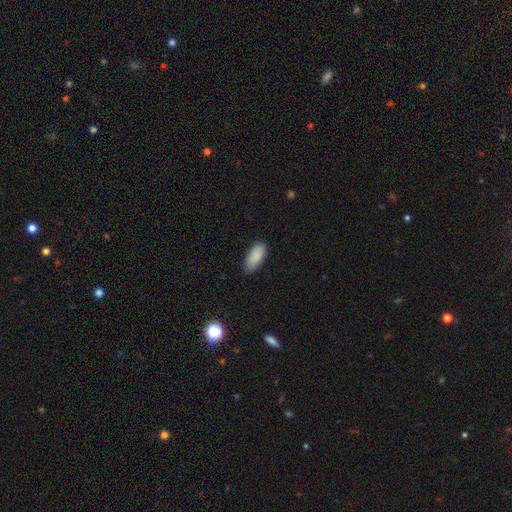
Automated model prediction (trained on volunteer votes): smooth_or_featured: smooth (p=0.89) [alt: star or artifact p=0.07]
how_rounded: in between (p=0.90) [alt: cigar-shaped p=0.08]
merging: none (p=0.80) [alt: minor disturbance p=0.16]